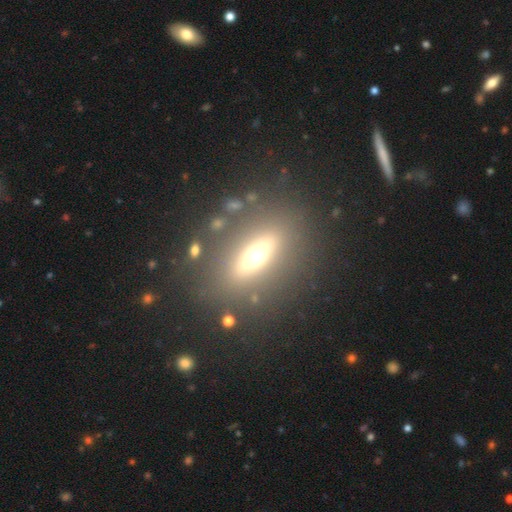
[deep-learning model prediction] smooth 47%, featured or disk 38%, star or artifact 15%. Down the decision tree: merging — none (81%).